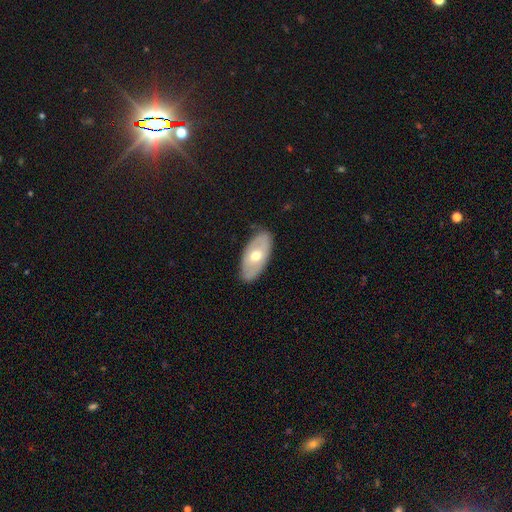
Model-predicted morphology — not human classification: Smooth or featured? smooth (50%)
How rounded? in between (91%)
Merging? none (84%)